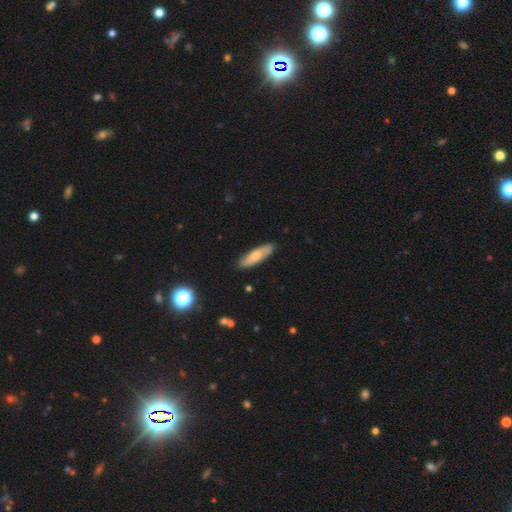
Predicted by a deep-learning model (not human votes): Smooth or featured? Predicted: smooth (p=0.68). How rounded? Predicted: cigar-shaped (p=0.58). Merging? Predicted: none (p=0.86).